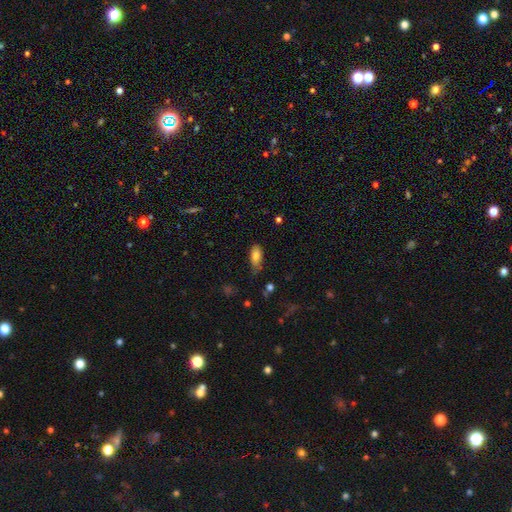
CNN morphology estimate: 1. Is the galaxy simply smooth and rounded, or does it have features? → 80% smooth, 12% featured or disk, 8% star or artifact.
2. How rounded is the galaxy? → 84% in between, 14% cigar-shaped, 3% round.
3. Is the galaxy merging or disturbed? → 59% none, 31% minor disturbance, 7% major disturbance, 2% merger.